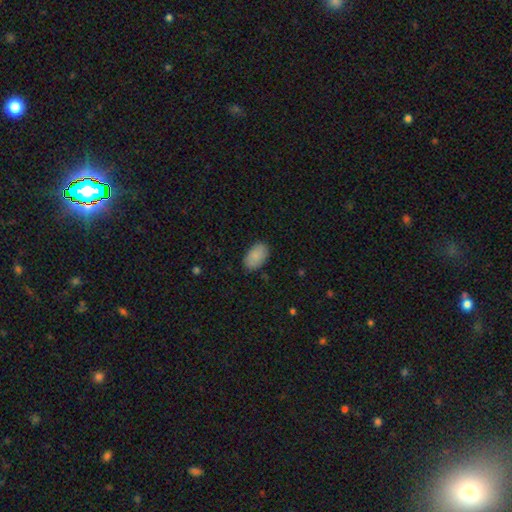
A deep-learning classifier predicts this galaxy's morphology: A smooth galaxy with no disk features (88%) that is in between round and cigar-shaped (93%).

Vote fractions:
- Smooth or featured? smooth: 88% / star or artifact: 7% / featured or disk: 5%
- How rounded? in between: 93% / round: 5% / cigar-shaped: 1%
- Merging? none: 87% / minor disturbance: 10% / major disturbance: 2% / merger: 1%